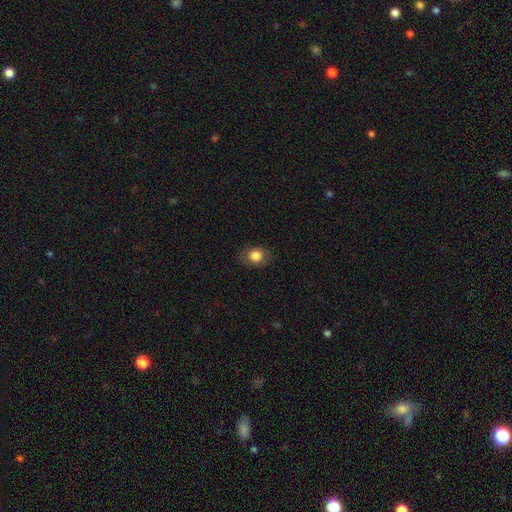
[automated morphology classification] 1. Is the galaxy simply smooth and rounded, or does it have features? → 81% smooth, 10% featured or disk, 9% star or artifact.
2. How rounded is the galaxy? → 52% in between, 47% round, 1% cigar-shaped.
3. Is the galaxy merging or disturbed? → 82% none, 13% minor disturbance, 4% major disturbance, 1% merger.